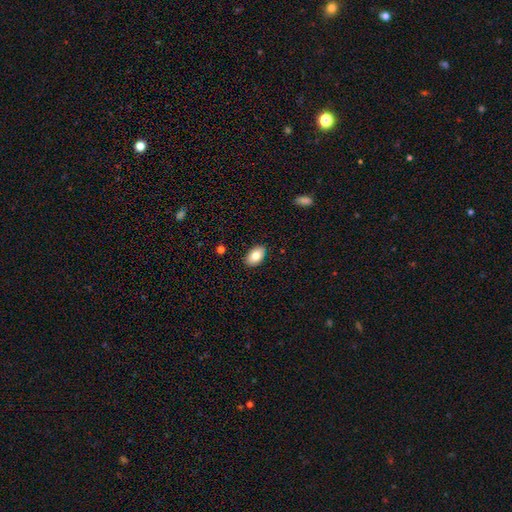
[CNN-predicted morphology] smooth-or-featured: smooth: 82% | featured or disk: 11% | star or artifact: 7%
  how-rounded: in between: 93% | round: 6% | cigar-shaped: 1%
  merging: none: 88% | minor disturbance: 9% | major disturbance: 2% | merger: 1%